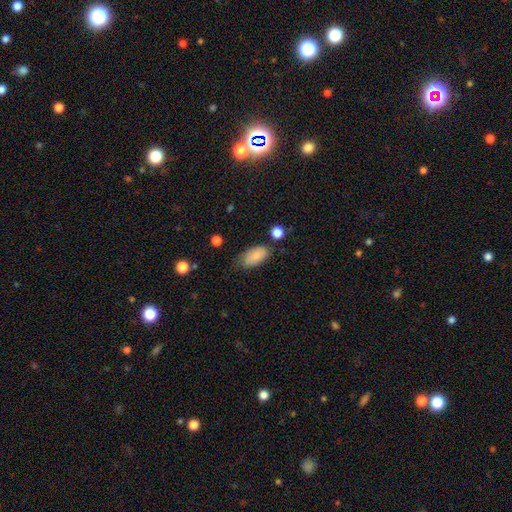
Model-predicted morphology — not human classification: A smooth galaxy with no disk features (82%) that is in between round and cigar-shaped (92%).

Vote fractions:
- Smooth or featured? smooth: 82% / featured or disk: 10% / star or artifact: 7%
- How rounded? in between: 92% / cigar-shaped: 4% / round: 3%
- Merging? none: 61% / minor disturbance: 29% / major disturbance: 7% / merger: 4%